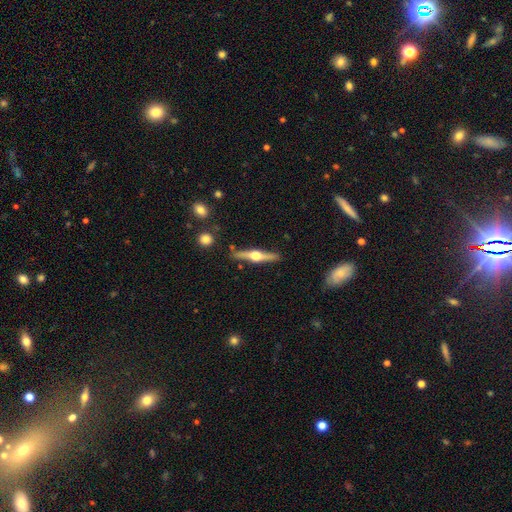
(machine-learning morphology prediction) A featured or disk galaxy (75%) viewed edge-on (97%) with a rounded central bulge (96%).

Vote fractions:
- Smooth or featured? featured or disk: 75% / smooth: 20% / star or artifact: 5%
- Edge-on disk? yes: 97% / no: 3%
- Edge-on bulge? rounded: 96% / boxy: 2% / none: 2%
- Merging? none: 87% / minor disturbance: 9% / merger: 3% / major disturbance: 2%